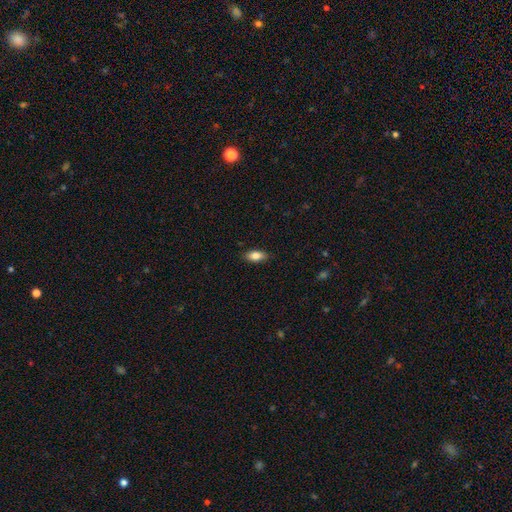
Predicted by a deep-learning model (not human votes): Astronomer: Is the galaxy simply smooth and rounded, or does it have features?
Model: smooth — 82%.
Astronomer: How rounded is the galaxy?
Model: in between — 88%.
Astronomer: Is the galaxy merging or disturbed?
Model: none — 86%.